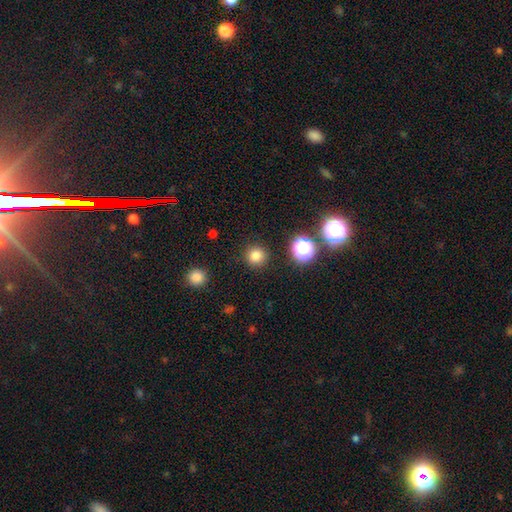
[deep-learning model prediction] Smooth or featured? smooth (80%)
How rounded? round (94%)
Merging? none (90%)